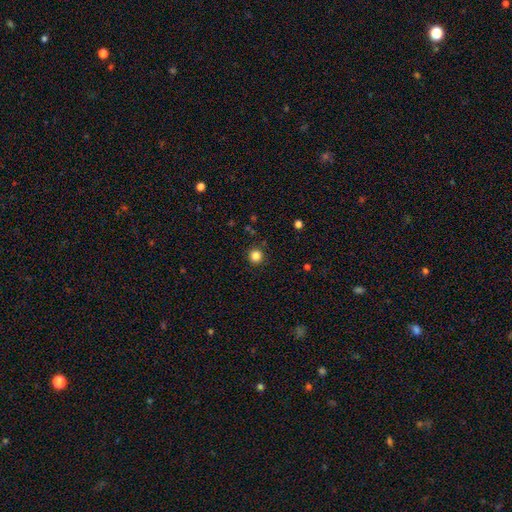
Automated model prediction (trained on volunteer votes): smooth_or_featured: smooth (p=0.84) [alt: star or artifact p=0.12]
how_rounded: round (p=0.95) [alt: in between p=0.04]
merging: none (p=0.91) [alt: minor disturbance p=0.06]